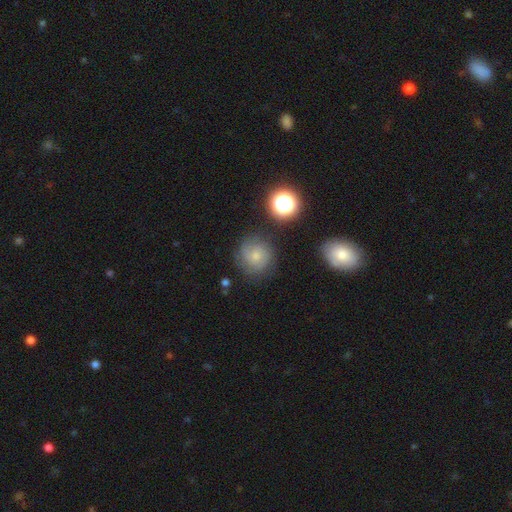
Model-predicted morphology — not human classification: Smooth or featured?
  - featured or disk: 50% *
  - smooth: 38%
  - star or artifact: 12%
Merging?
  - none: 75% *
  - minor disturbance: 16%
  - major disturbance: 7%
  - merger: 3%